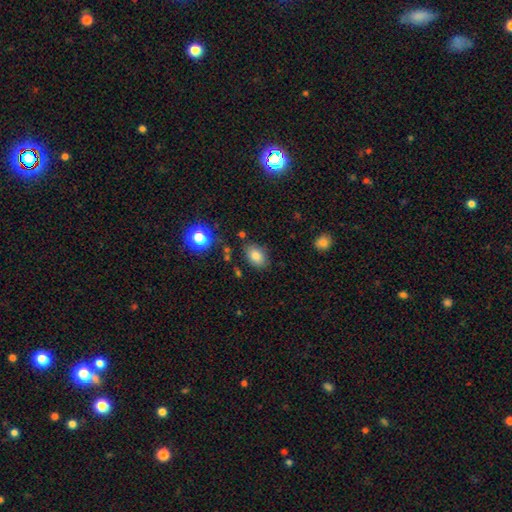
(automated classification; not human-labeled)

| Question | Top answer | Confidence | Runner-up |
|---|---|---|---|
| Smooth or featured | smooth | 81% | star or artifact (11%) |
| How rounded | in between | 82% | round (16%) |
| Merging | none | 80% | minor disturbance (13%) |